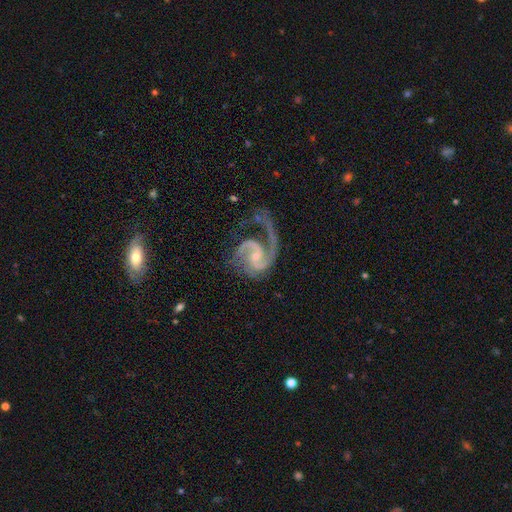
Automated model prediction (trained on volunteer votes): smooth-or-featured: featured or disk: 93% | star or artifact: 4% | smooth: 3%
  disk-edge-on: no: 98% | yes: 2%
    bar: no: 51% | weak: 39% | strong: 10%
    has-spiral-arms: yes: 98% | no: 2%
      spiral-winding: medium: 57% | loose: 22% | tight: 20%
      spiral-arm-count: 2: 78% | 1: 9% | 3: 6% | can't tell: 3% | 4: 2% | more than 4: 2%
    bulge-size: small: 68% | moderate: 25% | none: 5% | large: 1% | dominant: 1%
  merging: none: 45% | major disturbance: 32% | minor disturbance: 20% | merger: 3%